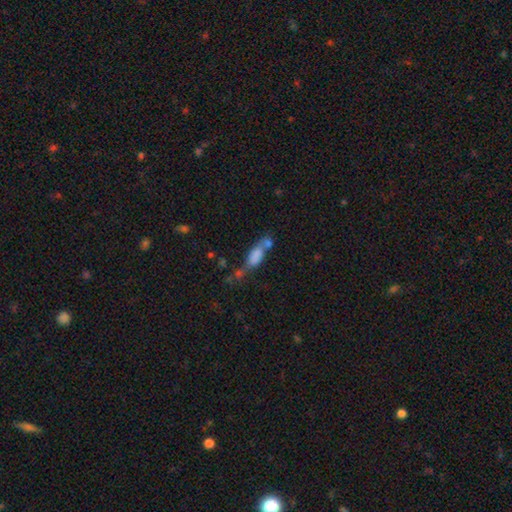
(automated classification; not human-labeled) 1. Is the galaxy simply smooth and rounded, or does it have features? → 69% smooth, 21% featured or disk, 10% star or artifact.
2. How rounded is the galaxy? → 62% in between, 33% cigar-shaped, 5% round.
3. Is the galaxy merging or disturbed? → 42% merger, 26% none, 17% minor disturbance, 14% major disturbance.